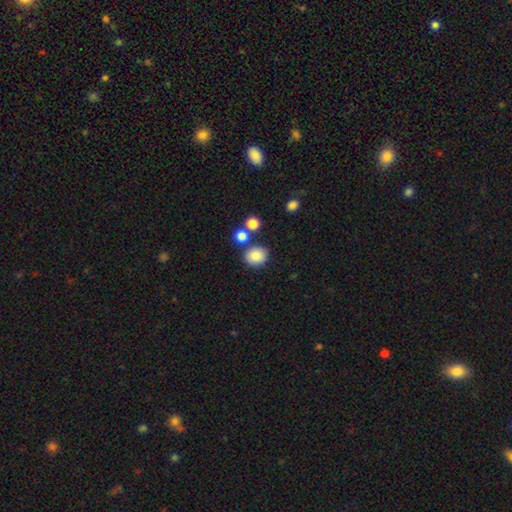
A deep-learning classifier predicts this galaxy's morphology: Smooth or featured? Predicted: smooth (p=0.84). How rounded? Predicted: round (p=0.77). Merging? Predicted: none (p=0.75).